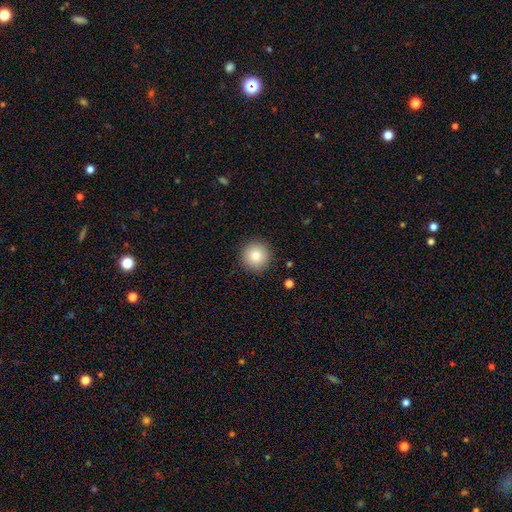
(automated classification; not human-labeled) The model was most divided on "smooth or featured": smooth: 82%, star or artifact: 10%, featured or disk: 8%. More confident: how rounded — round (96%); merging — none (91%).